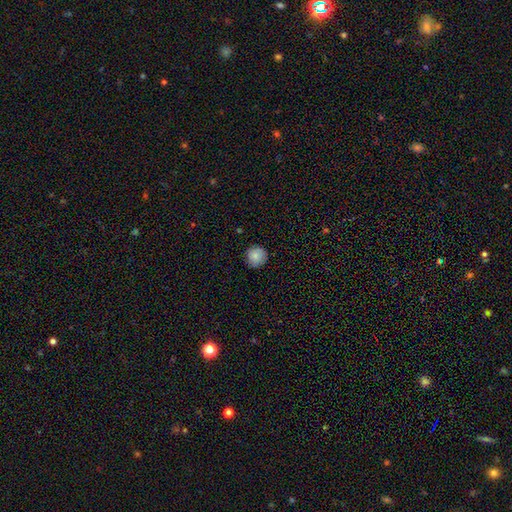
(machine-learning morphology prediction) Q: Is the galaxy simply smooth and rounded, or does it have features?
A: smooth — 84%.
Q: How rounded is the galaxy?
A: round — 93%.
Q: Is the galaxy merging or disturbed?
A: none — 84%.